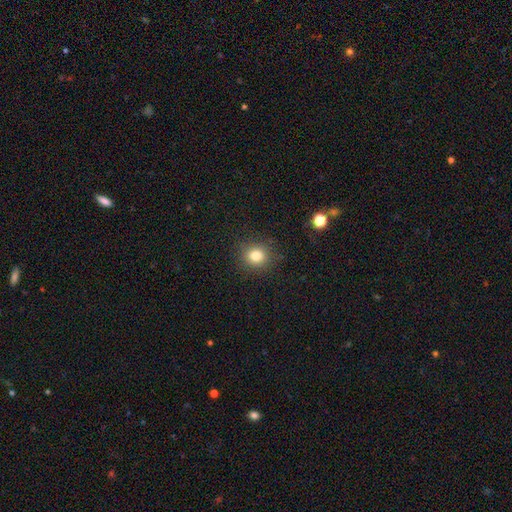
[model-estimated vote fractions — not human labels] Overall: smooth (80%). How rounded: round (86%). Merging: none (89%).